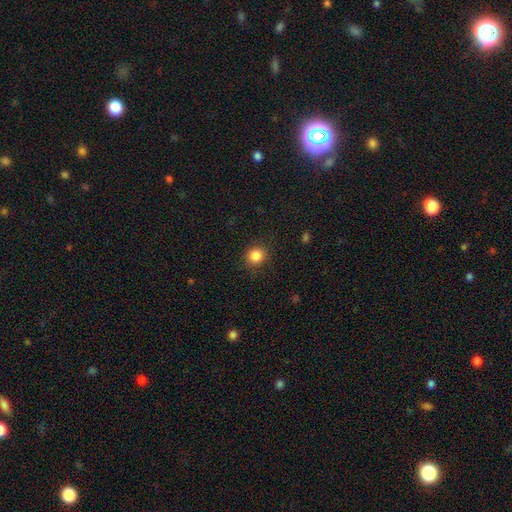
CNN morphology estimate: A smooth galaxy with no disk features (85%) that is round (89%).

Vote fractions:
- Smooth or featured? smooth: 85% / star or artifact: 11% / featured or disk: 4%
- How rounded? round: 89% / in between: 10% / cigar-shaped: 1%
- Merging? none: 88% / minor disturbance: 8% / major disturbance: 3% / merger: 1%